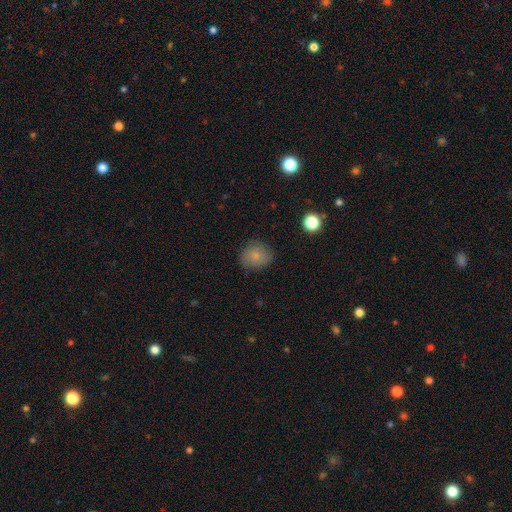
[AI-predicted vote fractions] smooth_or_featured: smooth (p=0.79) [alt: star or artifact p=0.11]
how_rounded: round (p=0.69) [alt: in between p=0.30]
merging: none (p=0.80) [alt: minor disturbance p=0.14]